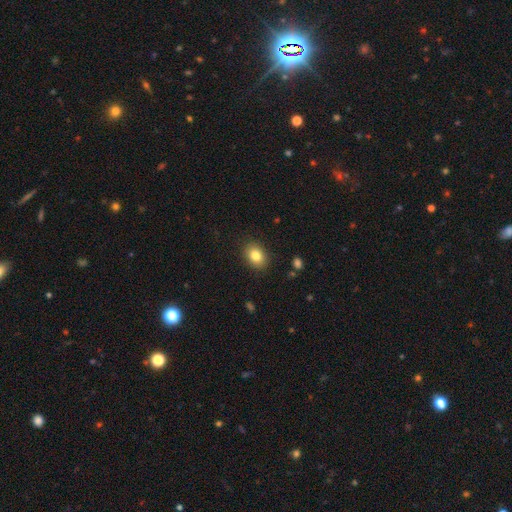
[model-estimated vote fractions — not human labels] Q: Smooth or featured?
A: smooth (83%); runner-up: star or artifact (9%)
Q: How rounded?
A: in between (64%); runner-up: round (35%)
Q: Merging?
A: none (88%); runner-up: minor disturbance (8%)